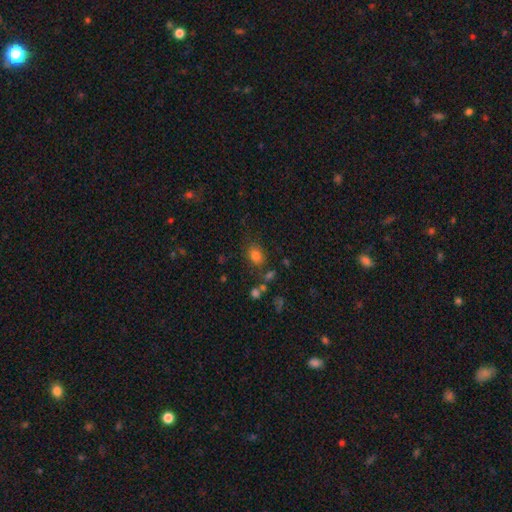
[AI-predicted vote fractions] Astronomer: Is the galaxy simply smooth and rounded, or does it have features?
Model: smooth — 80%.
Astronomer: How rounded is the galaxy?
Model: in between — 62% (runner-up: round, 37%).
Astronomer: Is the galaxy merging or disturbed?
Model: none — 74%.